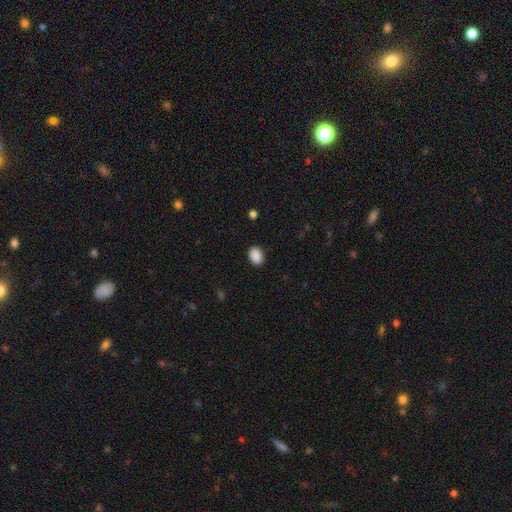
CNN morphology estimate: A smooth galaxy with no disk features (89%) that is in between round and cigar-shaped (72%).

Vote fractions:
- Smooth or featured? smooth: 89% / star or artifact: 8% / featured or disk: 2%
- How rounded? in between: 72% / round: 27% / cigar-shaped: 1%
- Merging? none: 88% / minor disturbance: 8% / major disturbance: 2% / merger: 1%